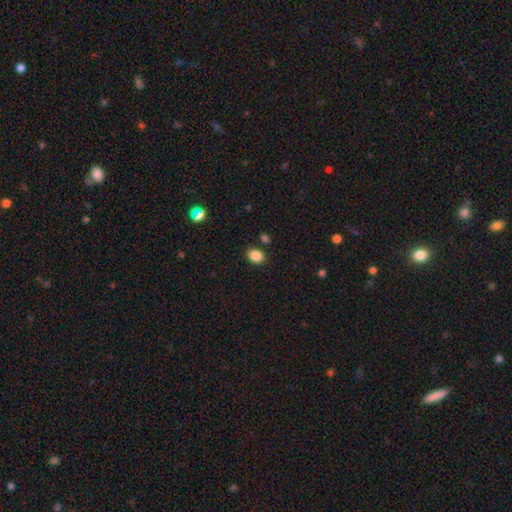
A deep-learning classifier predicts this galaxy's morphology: Smooth or featured: smooth — 86% (star or artifact — 10%)
How rounded: in between — 64% (round — 35%)
Merging: none — 84% (minor disturbance — 10%)